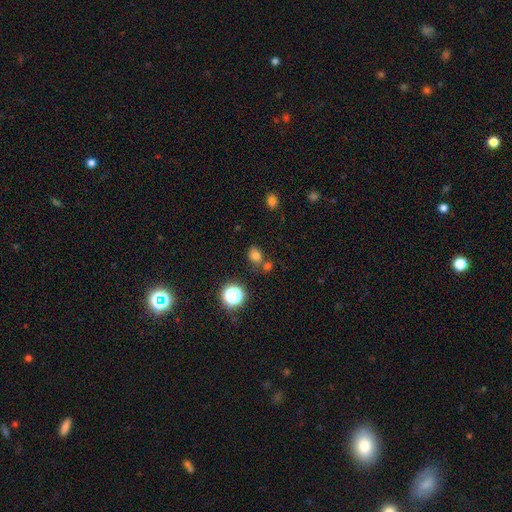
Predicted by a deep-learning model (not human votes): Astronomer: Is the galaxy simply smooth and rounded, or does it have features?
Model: smooth — 73%.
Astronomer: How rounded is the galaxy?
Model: in between — 52% (runner-up: round, 47%).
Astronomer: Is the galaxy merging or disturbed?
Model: none — 61%.